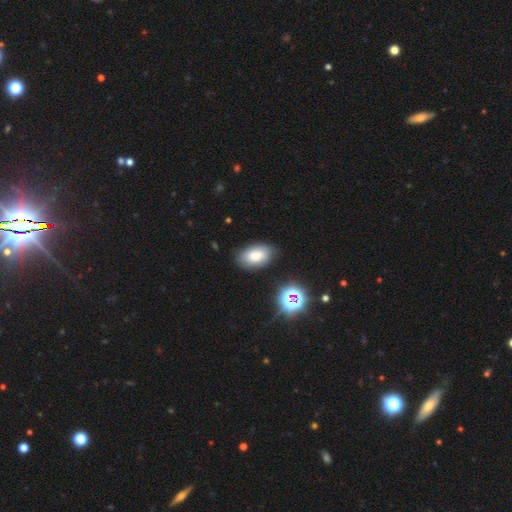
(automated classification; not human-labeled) Smooth or featured?
  - smooth: 78% *
  - star or artifact: 11%
  - featured or disk: 11%
How rounded?
  - in between: 92% *
  - round: 6%
  - cigar-shaped: 1%
Merging?
  - none: 82% *
  - minor disturbance: 13%
  - major disturbance: 3%
  - merger: 2%